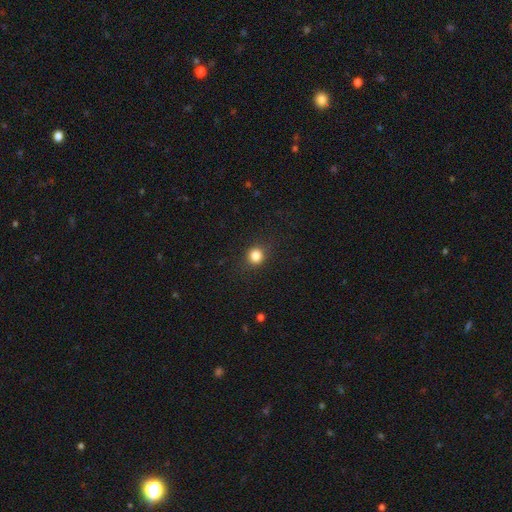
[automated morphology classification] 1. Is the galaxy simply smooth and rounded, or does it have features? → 84% smooth, 12% star or artifact, 4% featured or disk.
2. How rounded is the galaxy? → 88% round, 11% in between, 1% cigar-shaped.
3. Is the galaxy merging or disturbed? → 88% none, 8% minor disturbance, 3% major disturbance, 1% merger.